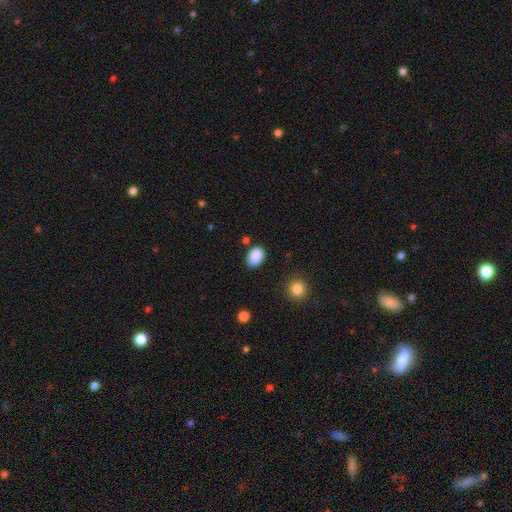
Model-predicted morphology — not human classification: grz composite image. It shows a smooth galaxy with no disk features (88%) that is in between round and cigar-shaped (76%). Merging: none (80%).